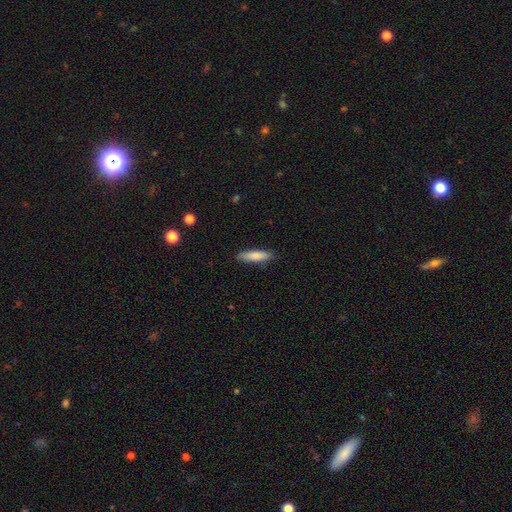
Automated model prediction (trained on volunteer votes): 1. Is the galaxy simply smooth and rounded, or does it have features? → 81% smooth, 13% featured or disk, 6% star or artifact.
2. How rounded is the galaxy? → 74% cigar-shaped, 24% in between, 1% round.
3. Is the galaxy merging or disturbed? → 87% none, 10% minor disturbance, 2% major disturbance, 1% merger.